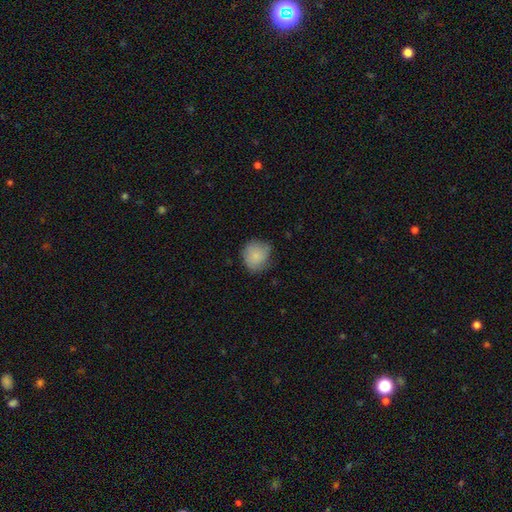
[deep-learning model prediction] A smooth galaxy with no disk features (82%) that is round (77%). Merging: none (61%).